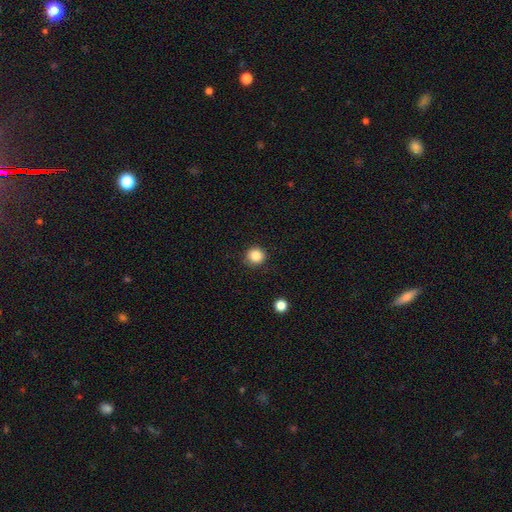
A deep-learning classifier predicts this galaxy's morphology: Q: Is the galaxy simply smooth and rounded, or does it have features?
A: smooth — 86%.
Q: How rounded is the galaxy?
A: round — 91%.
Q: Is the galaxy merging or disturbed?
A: none — 88%.